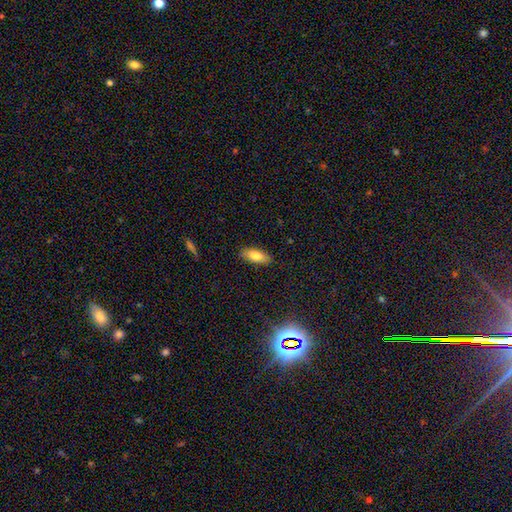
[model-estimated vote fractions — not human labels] Overall: smooth (78%). How rounded: in between (80%). Merging: none (87%).